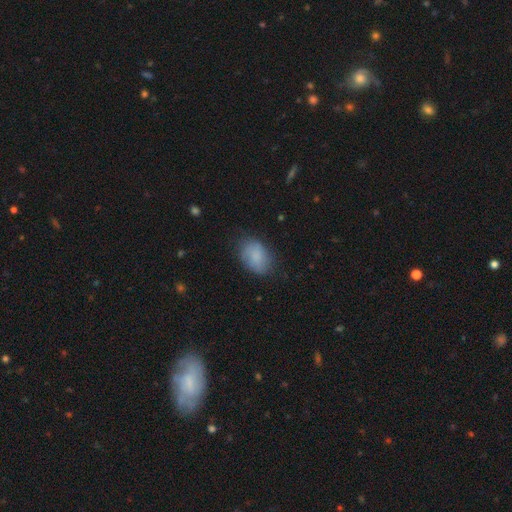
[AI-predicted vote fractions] Smooth or featured? Predicted: smooth (p=0.81). How rounded? Predicted: in between (p=0.82). Merging? Predicted: none (p=0.71).